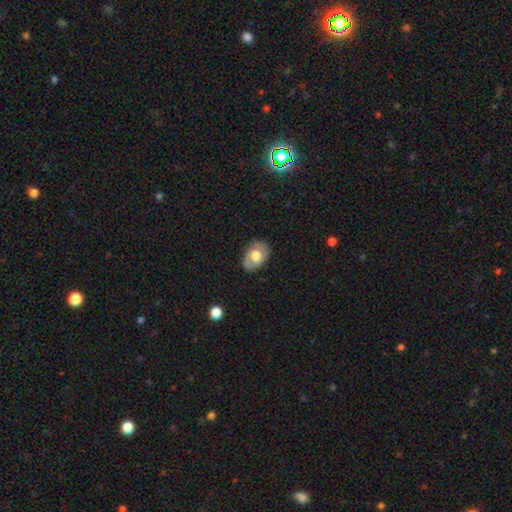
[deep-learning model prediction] Smooth or featured: smooth — 54% (featured or disk — 40%)
How rounded: in between — 79% (round — 19%)
Merging: none — 76% (minor disturbance — 19%)